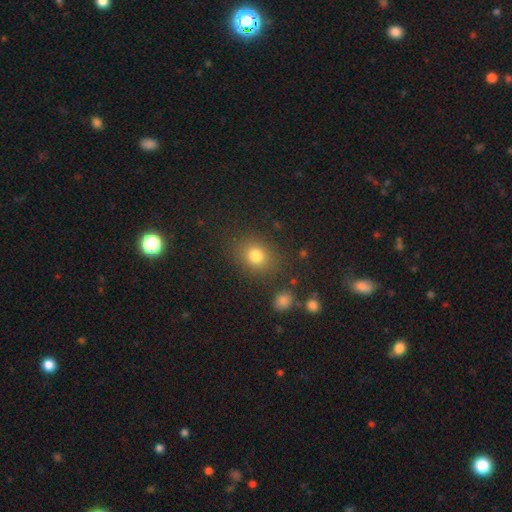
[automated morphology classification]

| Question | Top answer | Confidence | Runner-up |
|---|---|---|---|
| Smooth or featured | smooth | 79% | star or artifact (14%) |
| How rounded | round | 61% | in between (37%) |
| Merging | none | 82% | minor disturbance (11%) |